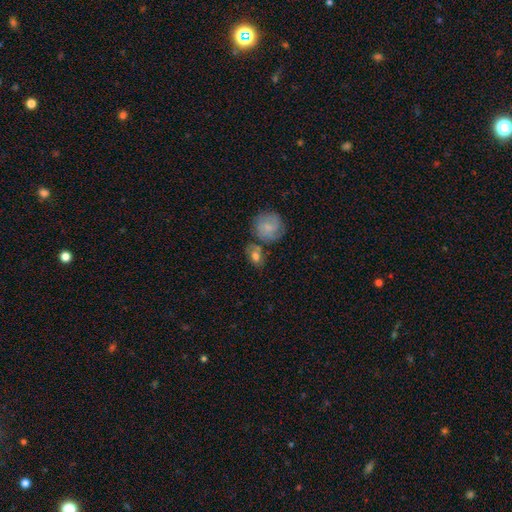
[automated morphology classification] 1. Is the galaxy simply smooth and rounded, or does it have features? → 73% smooth, 19% featured or disk, 8% star or artifact.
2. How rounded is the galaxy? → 62% in between, 36% round, 2% cigar-shaped.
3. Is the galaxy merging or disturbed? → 56% none, 21% merger, 17% minor disturbance, 6% major disturbance.